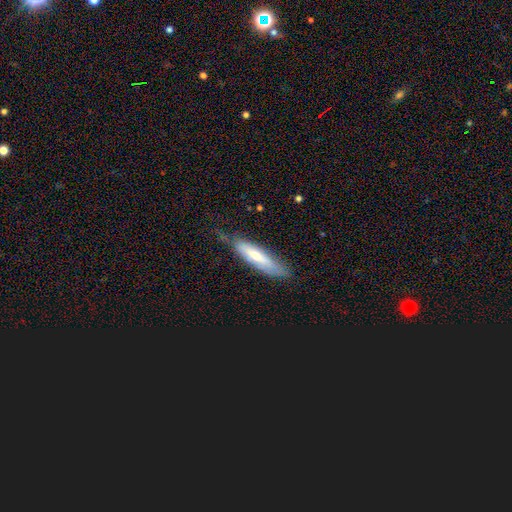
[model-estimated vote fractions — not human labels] Smooth or featured: smooth — 53% (featured or disk — 41%)
How rounded: cigar-shaped — 67% (in between — 31%)
Merging: none — 63% (minor disturbance — 27%)